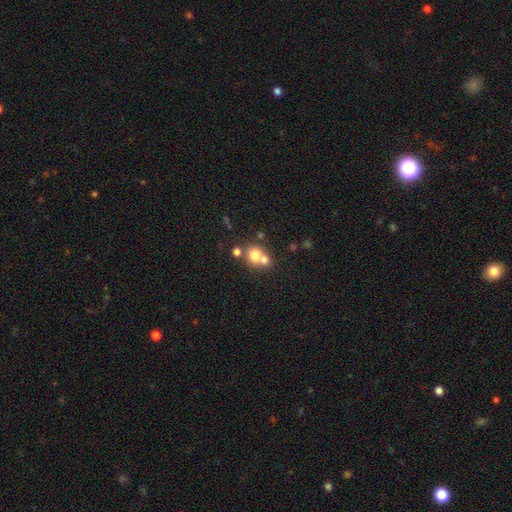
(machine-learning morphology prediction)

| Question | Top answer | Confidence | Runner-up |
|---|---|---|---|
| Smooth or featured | smooth | 72% | featured or disk (16%) |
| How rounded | round | 77% | in between (22%) |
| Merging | merger | 53% | none (37%) |